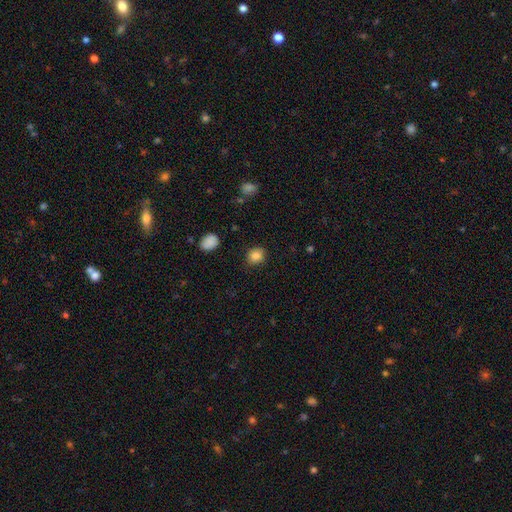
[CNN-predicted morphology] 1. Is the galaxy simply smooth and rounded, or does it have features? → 85% smooth, 10% star or artifact, 5% featured or disk.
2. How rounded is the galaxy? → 67% round, 32% in between, 1% cigar-shaped.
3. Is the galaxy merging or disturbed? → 86% none, 10% minor disturbance, 3% major disturbance, 1% merger.